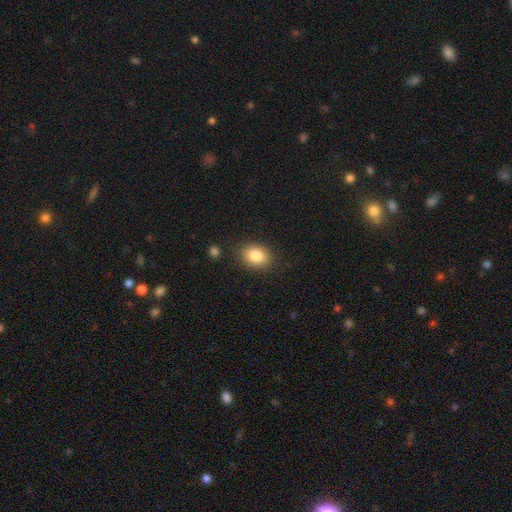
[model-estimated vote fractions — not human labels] Morphology: type=smooth (84%); roundness=in between (65%); merging=none (84%).